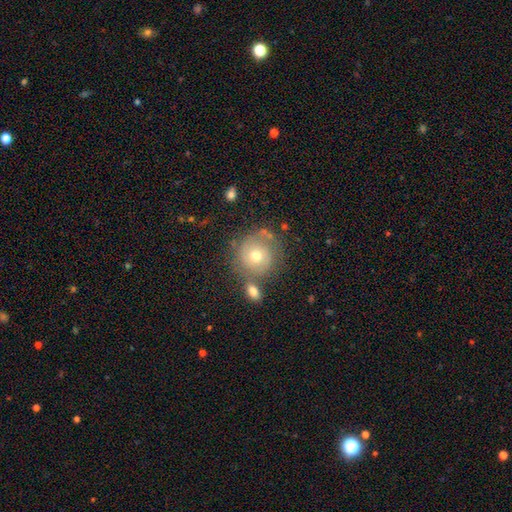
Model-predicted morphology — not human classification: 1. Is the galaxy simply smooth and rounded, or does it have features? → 52% smooth, 38% featured or disk, 10% star or artifact.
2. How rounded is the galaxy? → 90% round, 9% in between, 1% cigar-shaped.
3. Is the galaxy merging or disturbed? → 64% none, 15% minor disturbance, 14% merger, 7% major disturbance.